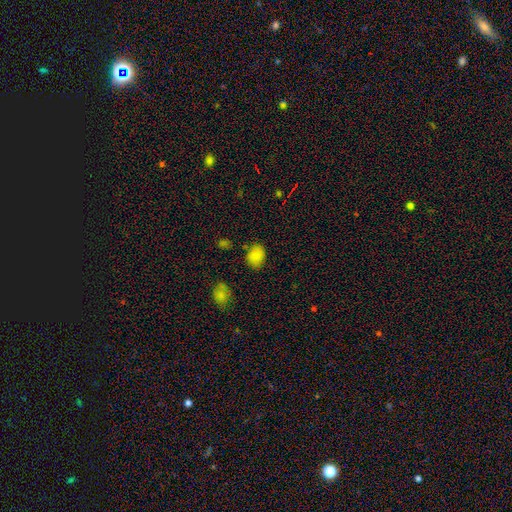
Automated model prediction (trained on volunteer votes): Smooth or featured?
  - smooth: 83% *
  - star or artifact: 11%
  - featured or disk: 6%
How rounded?
  - in between: 63% *
  - round: 36%
  - cigar-shaped: 1%
Merging?
  - none: 78% *
  - minor disturbance: 15%
  - merger: 3%
  - major disturbance: 3%